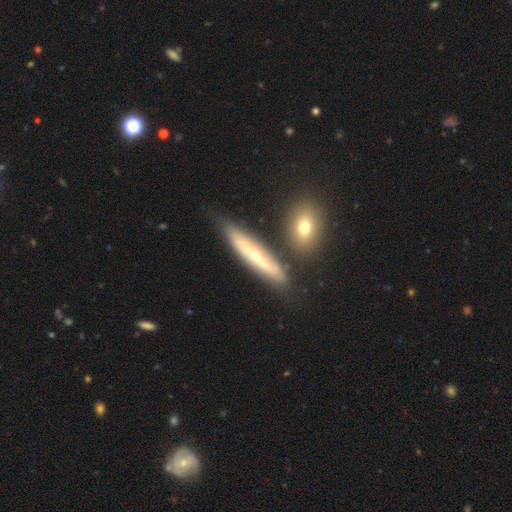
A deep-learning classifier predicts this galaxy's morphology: type=featured or disk (57%); edge-on=yes (72%); merging=none (70%).